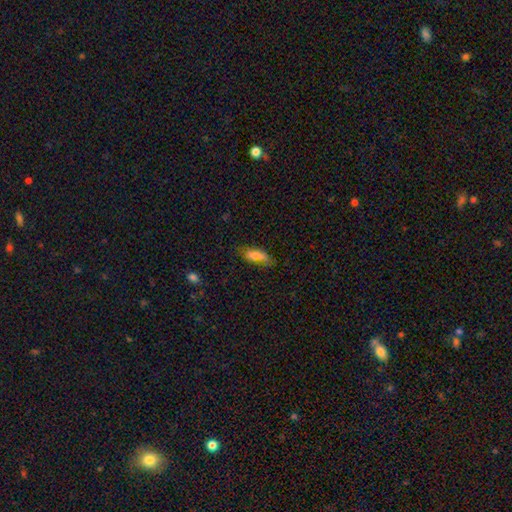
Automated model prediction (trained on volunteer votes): This is likely a smooth galaxy (71%). How rounded: likely in between (66%). Merging: possibly none (57%).